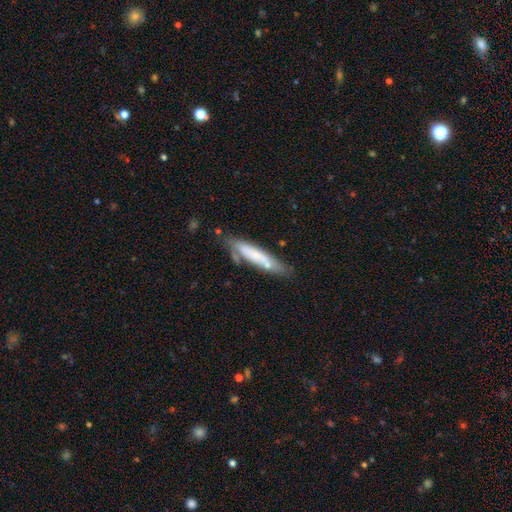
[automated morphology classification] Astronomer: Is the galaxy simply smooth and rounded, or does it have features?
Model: smooth — 61%.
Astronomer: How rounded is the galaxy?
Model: cigar-shaped — 85%.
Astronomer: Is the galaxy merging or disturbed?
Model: none — 65%.